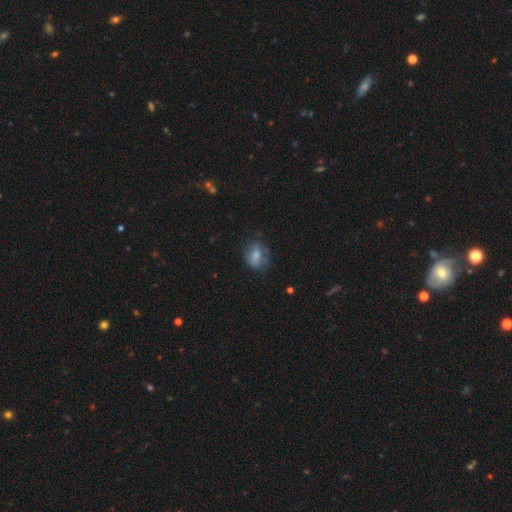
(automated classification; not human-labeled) smooth 67%, featured or disk 24%, star or artifact 9%. Down the decision tree: how rounded — in between (58%); merging — none (60%).